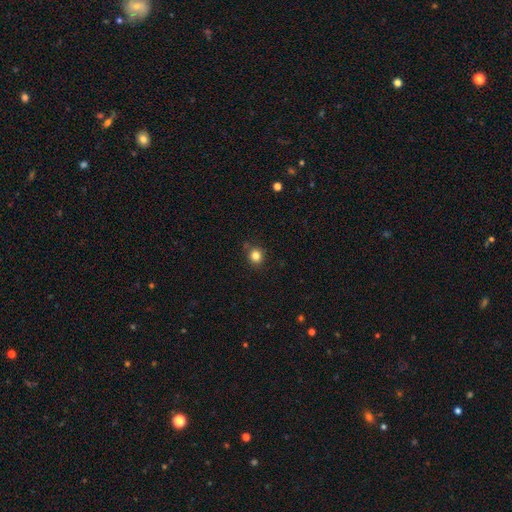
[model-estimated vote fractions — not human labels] This is clearly a smooth galaxy (83%). How rounded: clearly round (86%). Merging: clearly none (84%).